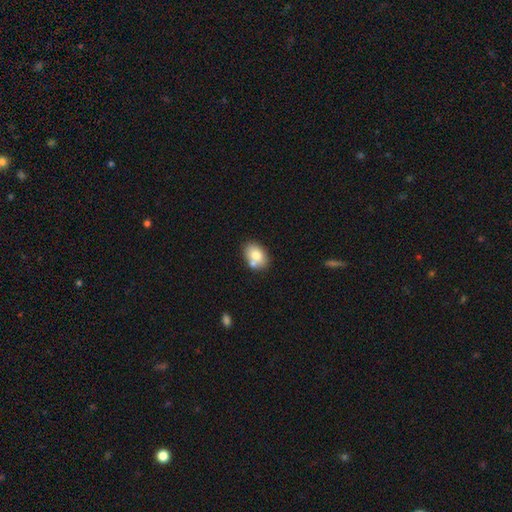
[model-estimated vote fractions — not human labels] Smooth or featured? smooth (78%)
How rounded? in between (81%)
Merging? none (65%)